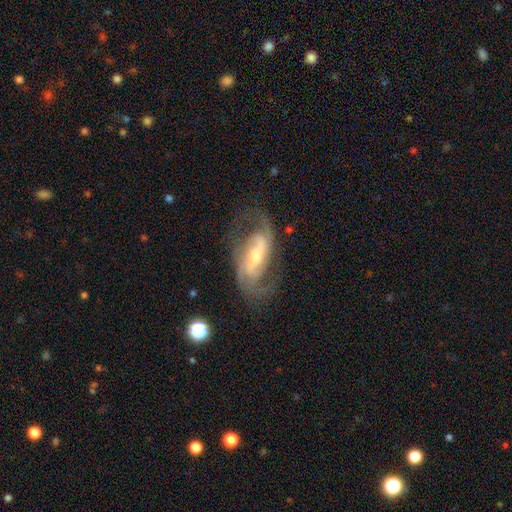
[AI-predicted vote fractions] The model was most divided on "bar": strong: 44%, weak: 39%, no: 17%. More confident: spiral arms — yes (96%); edge-on disk — no (95%); smooth or featured — featured or disk (87%); spiral arm count — 2 (77%); merging — none (68%); bulge size — small (52%); spiral winding — medium (50%).